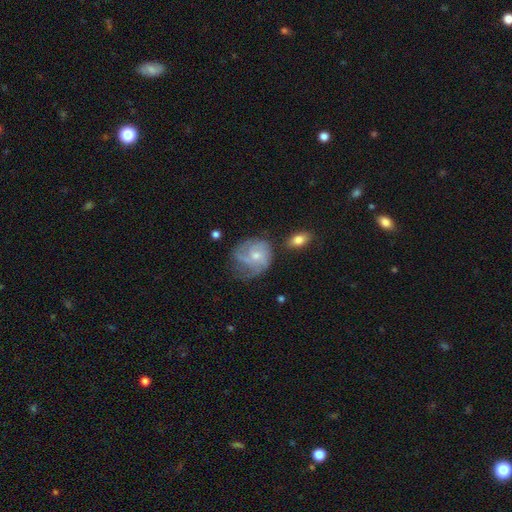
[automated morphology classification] Smooth or featured? featured or disk (65%)
Edge-on disk? no (98%)
Bar? no (70%)
Spiral arms? yes (84%)
Spiral winding? medium (40%, tied with tight)
Spiral arm count? can't tell (34%)
Bulge size? small (53%)
Merging? none (46%)